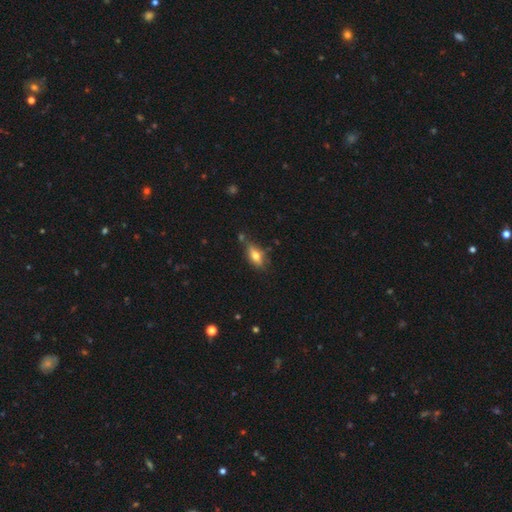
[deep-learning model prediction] Smooth or featured? smooth (54%)
How rounded? in between (70%)
Merging? none (68%)